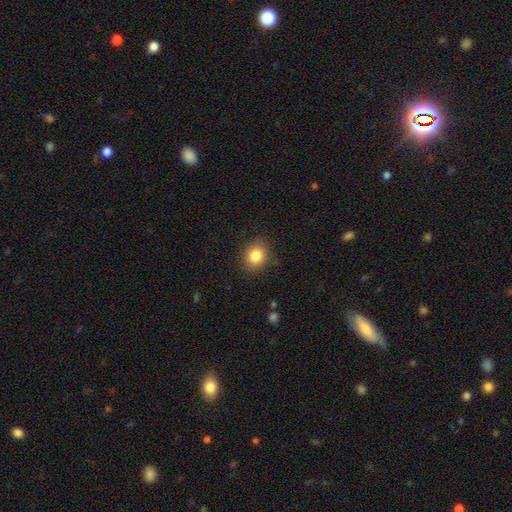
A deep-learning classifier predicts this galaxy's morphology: The model was most divided on "how rounded": round: 57%, in between: 42%, cigar-shaped: 1%. More confident: merging — none (84%); smooth or featured — smooth (84%).